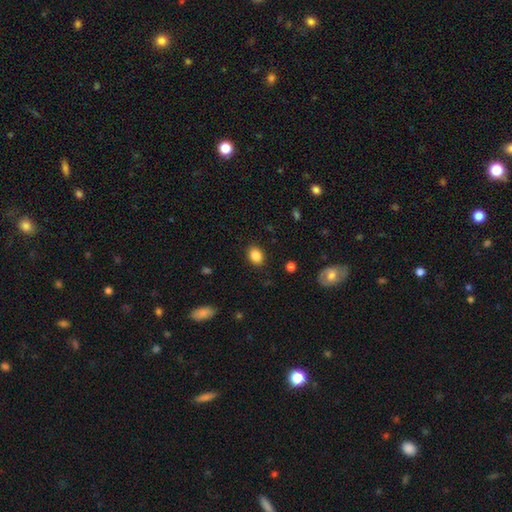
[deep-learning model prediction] Smooth or featured?
  - smooth: 86% *
  - star or artifact: 9%
  - featured or disk: 5%
How rounded?
  - in between: 65% *
  - round: 33%
  - cigar-shaped: 1%
Merging?
  - none: 87% *
  - minor disturbance: 9%
  - major disturbance: 3%
  - merger: 1%